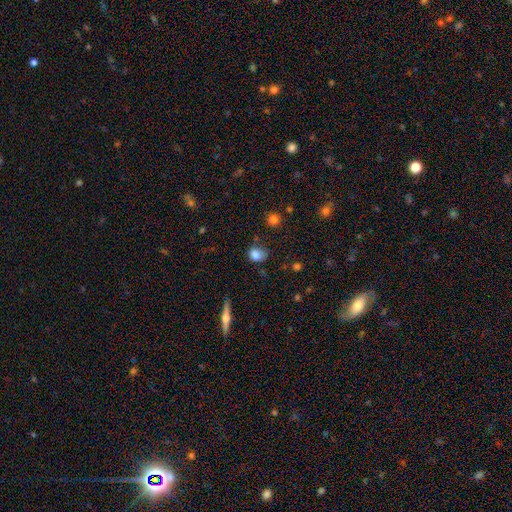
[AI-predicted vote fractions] Q: Smooth or featured?
A: smooth (80%); runner-up: star or artifact (11%)
Q: How rounded?
A: round (53%); runner-up: in between (45%)
Q: Merging?
A: none (55%); runner-up: minor disturbance (30%)